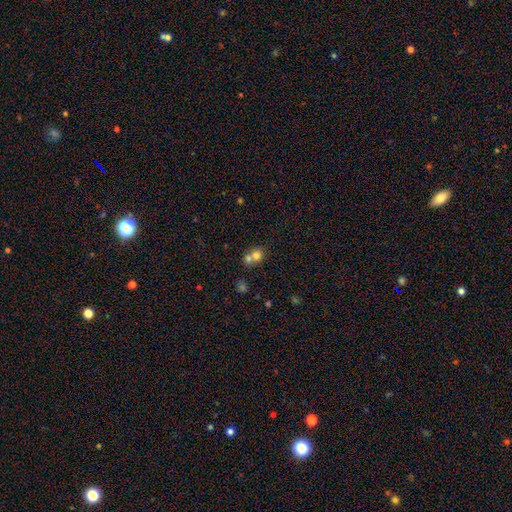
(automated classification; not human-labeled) Smooth or featured: smooth — 73% (star or artifact — 13%)
How rounded: round — 76% (in between — 23%)
Merging: merger — 59% (none — 33%)